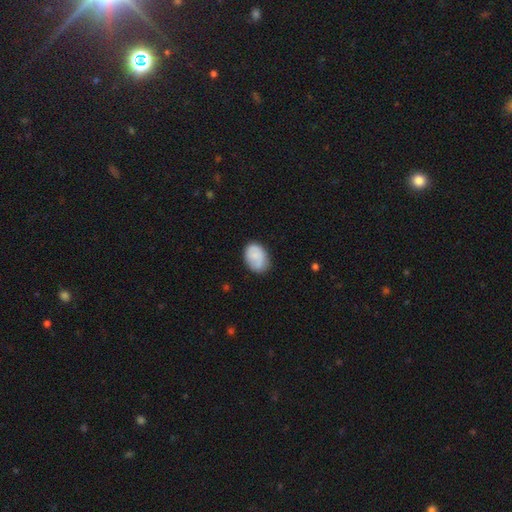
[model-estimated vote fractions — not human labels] Morphology: type=smooth (79%); roundness=in between (80%); merging=none (69%).